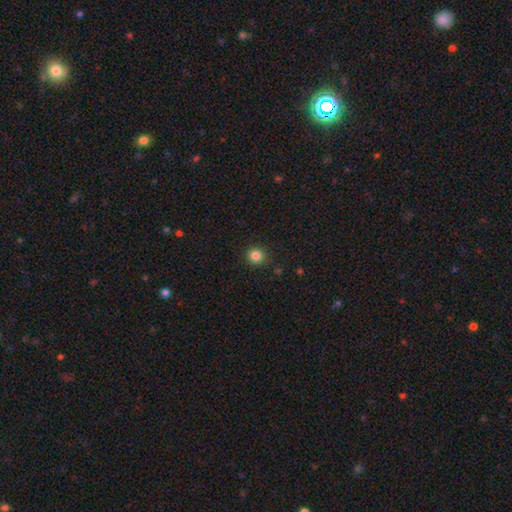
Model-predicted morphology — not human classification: Smooth or featured? Predicted: smooth (p=0.84). How rounded? Predicted: round (p=0.91). Merging? Predicted: none (p=0.91).